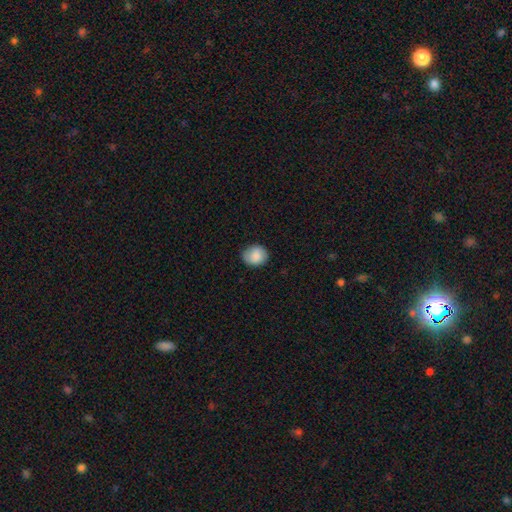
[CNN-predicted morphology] Smooth or featured?
  - smooth: 85% *
  - featured or disk: 7%
  - star or artifact: 7%
How rounded?
  - round: 70% *
  - in between: 29%
  - cigar-shaped: 1%
Merging?
  - none: 80% *
  - minor disturbance: 16%
  - major disturbance: 3%
  - merger: 1%